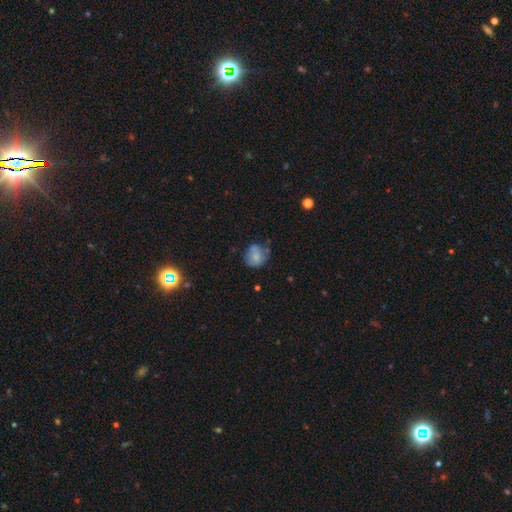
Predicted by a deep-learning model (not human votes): This appears to be a smooth galaxy with no disk features (67%) that is round (74%). Merging: none (51%).